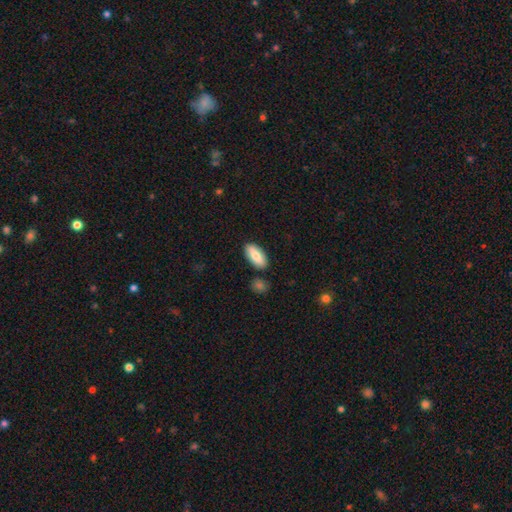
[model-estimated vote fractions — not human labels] This is likely a smooth galaxy (80%). How rounded: clearly in between (86%). Merging: clearly none (85%).